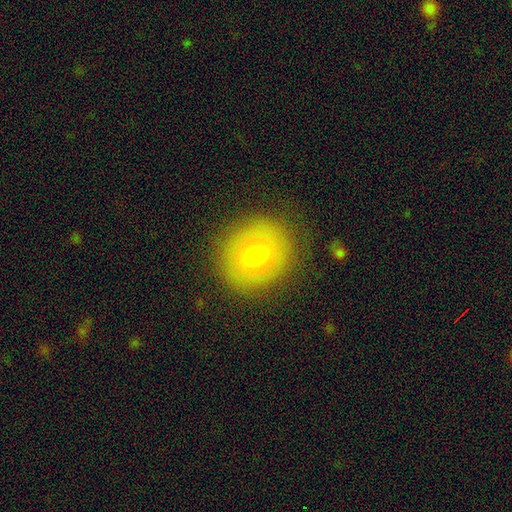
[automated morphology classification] type=smooth (61%); roundness=round (78%); merging=none (83%).